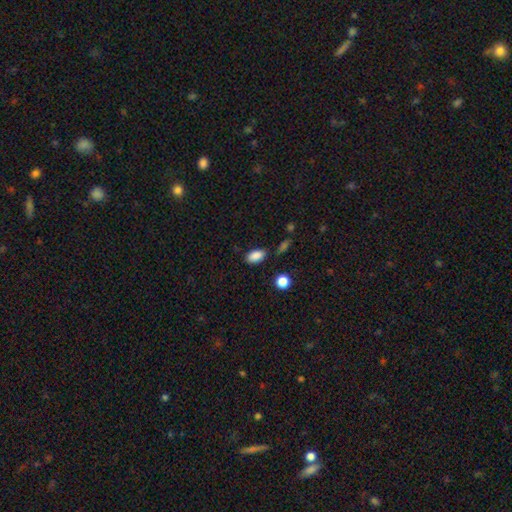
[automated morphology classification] Smooth or featured? smooth (87%)
How rounded? in between (90%)
Merging? none (77%)